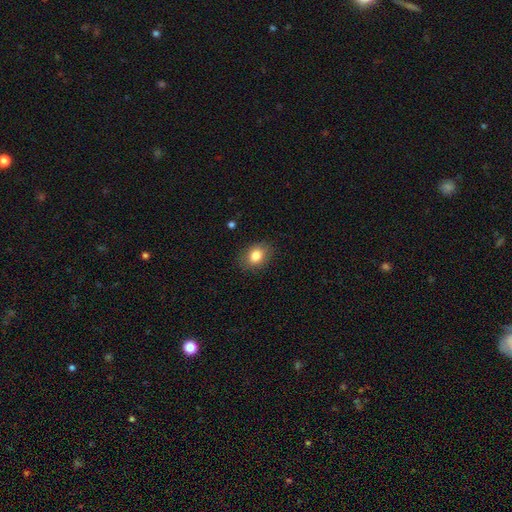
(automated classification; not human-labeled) smooth-or-featured: smooth: 84% | star or artifact: 9% | featured or disk: 8%
  how-rounded: in between: 61% | round: 38% | cigar-shaped: 1%
  merging: none: 84% | minor disturbance: 11% | major disturbance: 3% | merger: 1%